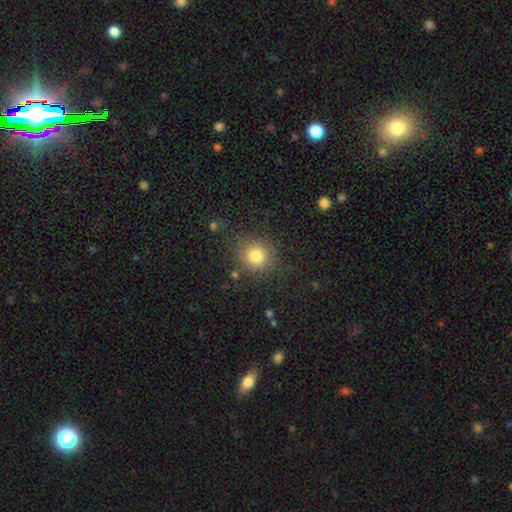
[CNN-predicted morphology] Smooth or featured: smooth — 81% (star or artifact — 13%)
How rounded: round — 89% (in between — 10%)
Merging: none — 82% (minor disturbance — 10%)